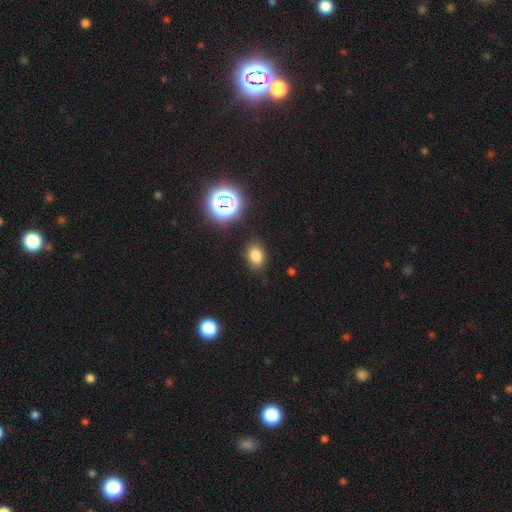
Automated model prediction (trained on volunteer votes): A smooth galaxy with no disk features (77%) that is in between round and cigar-shaped (73%). Merging: none (83%).